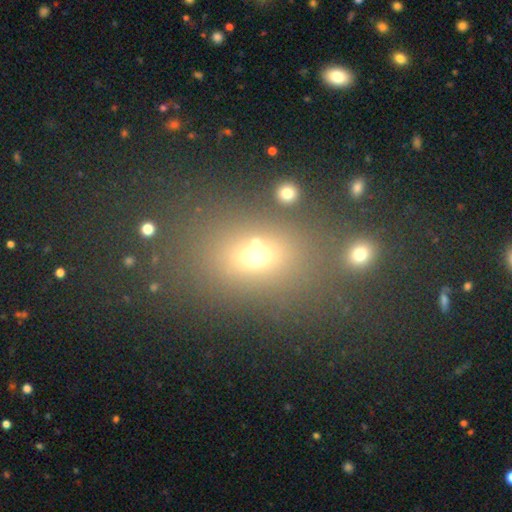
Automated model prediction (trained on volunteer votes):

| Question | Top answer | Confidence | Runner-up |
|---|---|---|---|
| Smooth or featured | smooth | 59% | star or artifact (27%) |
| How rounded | in between | 63% | round (34%) |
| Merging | none | 66% | merger (14%) |